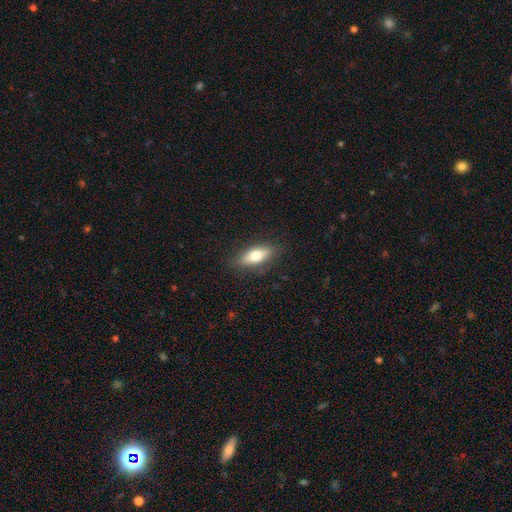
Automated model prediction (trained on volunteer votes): Smooth or featured?
  - smooth: 71% *
  - featured or disk: 22%
  - star or artifact: 7%
How rounded?
  - in between: 68% *
  - cigar-shaped: 29%
  - round: 3%
Merging?
  - none: 84% *
  - minor disturbance: 12%
  - major disturbance: 3%
  - merger: 1%